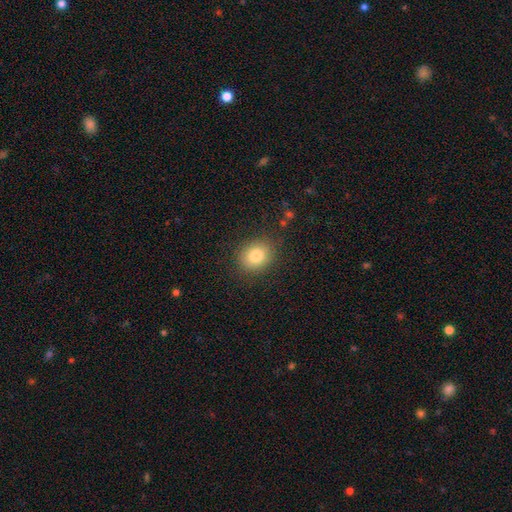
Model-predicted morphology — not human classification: type=smooth (80%); roundness=round (67%); merging=none (86%).